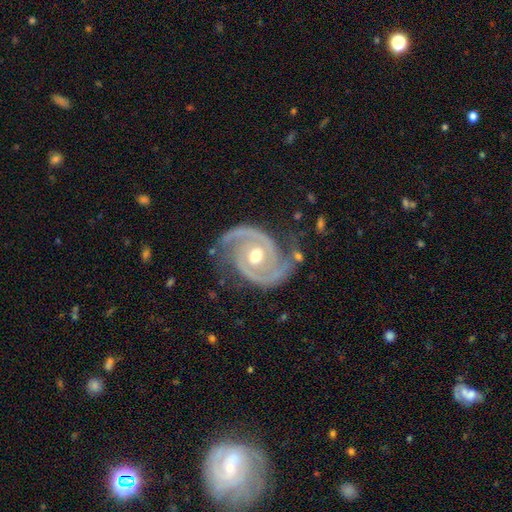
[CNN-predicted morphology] Smooth or featured: featured or disk — 93% (star or artifact — 4%)
Edge-on disk: no — 98% (yes — 2%)
Bar: no — 62% (weak — 26%)
Spiral arms: yes — 98% (no — 2%)
Spiral winding: tight — 49% (medium — 43%)
Spiral arm count: 2 — 93% (3 — 2%)
Bulge size: moderate — 79% (small — 14%)
Merging: none — 76% (minor disturbance — 17%)